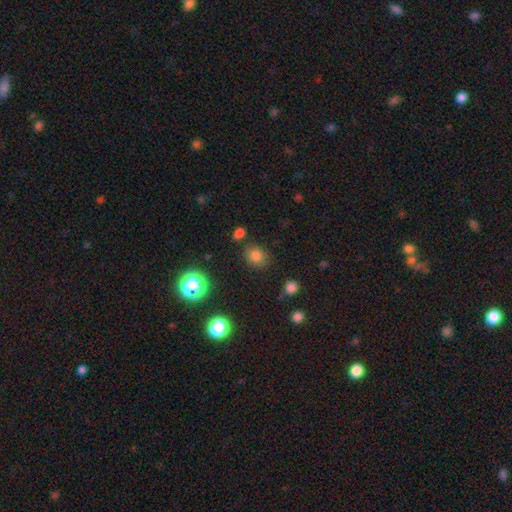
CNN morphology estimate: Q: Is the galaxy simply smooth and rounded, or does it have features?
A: smooth — 77%.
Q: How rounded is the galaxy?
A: round — 65%.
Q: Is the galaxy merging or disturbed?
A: none — 79%.